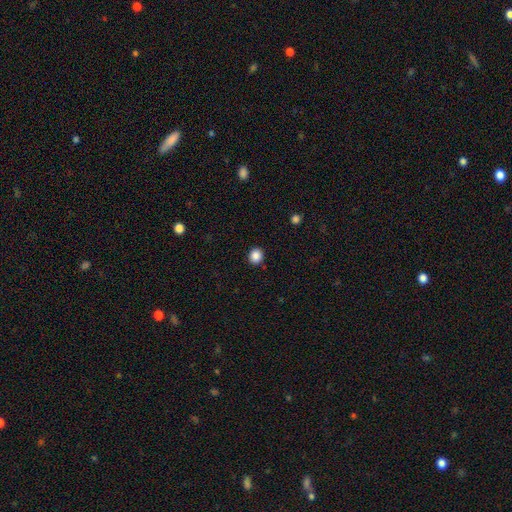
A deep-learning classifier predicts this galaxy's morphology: A smooth galaxy with no disk features (87%) that is round (84%). Merging: none (91%).